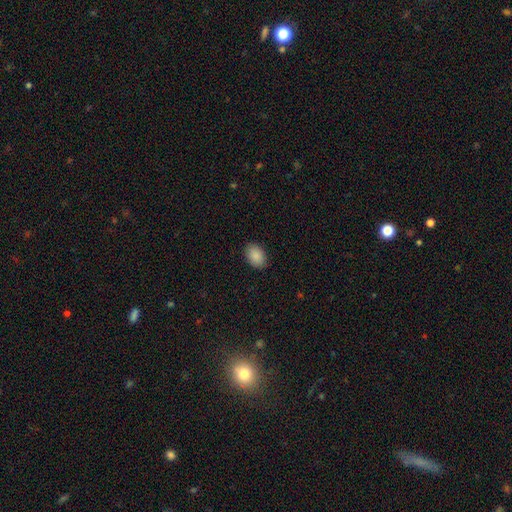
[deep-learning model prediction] A smooth galaxy with no disk features (90%) that is in between round and cigar-shaped (81%).

Vote fractions:
- Smooth or featured? smooth: 90% / star or artifact: 7% / featured or disk: 3%
- How rounded? in between: 81% / round: 18% / cigar-shaped: 1%
- Merging? none: 88% / minor disturbance: 9% / major disturbance: 2% / merger: 1%